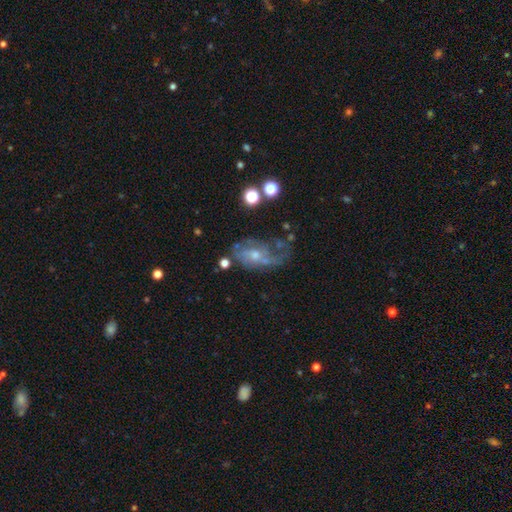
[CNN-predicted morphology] A featured or disk galaxy (69%) with no bar (68%), spiral arms (77%) and a small central bulge (52%). Merging: none (40%).